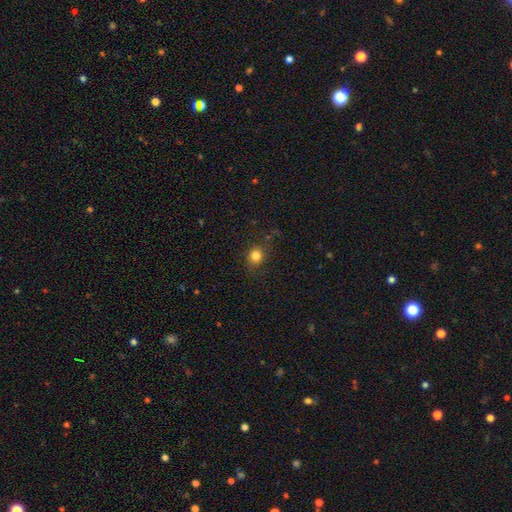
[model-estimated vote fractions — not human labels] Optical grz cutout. It shows a smooth galaxy with no disk features (81%) that is round (82%). Merging: none (83%).